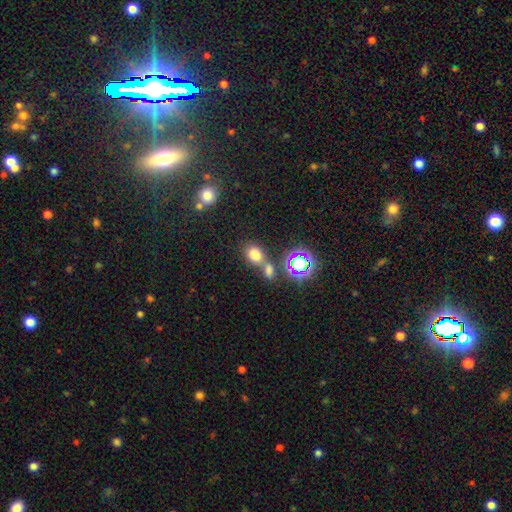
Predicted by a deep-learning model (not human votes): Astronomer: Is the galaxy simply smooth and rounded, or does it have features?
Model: smooth — 71%.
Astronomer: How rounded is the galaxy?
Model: in between — 62%.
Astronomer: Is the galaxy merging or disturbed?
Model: none — 46% (runner-up: merger, 39%).